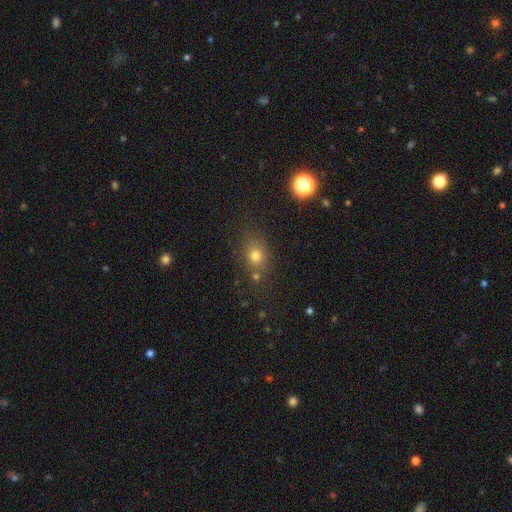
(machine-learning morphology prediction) smooth-or-featured: smooth: 72% | star or artifact: 18% | featured or disk: 11%
  how-rounded: round: 51% | in between: 47% | cigar-shaped: 2%
  merging: none: 70% | minor disturbance: 15% | merger: 10% | major disturbance: 6%